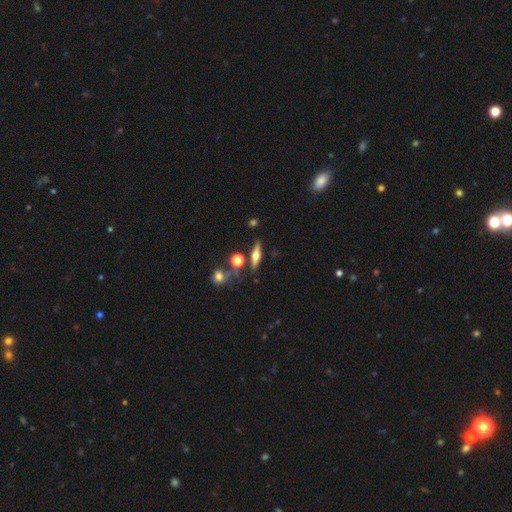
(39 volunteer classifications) smooth-or-featured: featured or disk: 64% | smooth: 31% | star or artifact: 5%
  disk-edge-on: yes: 100% | no: 0%
    edge-on-bulge: rounded: 96% | boxy: 4% | none: 0%
  merging: none: 86% | minor disturbance: 5% | major disturbance: 5% | merger: 3%